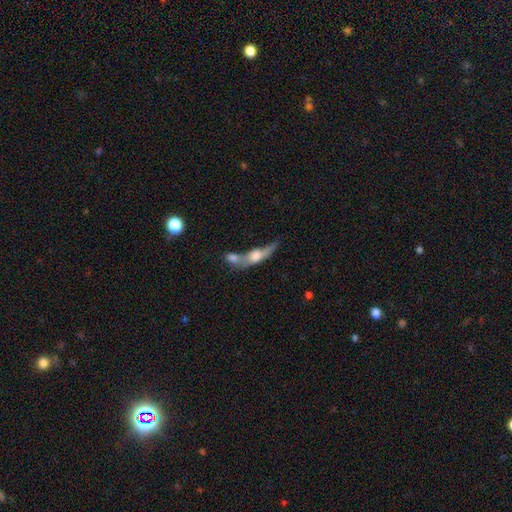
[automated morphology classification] smooth-or-featured: featured or disk: 48% | smooth: 42% | star or artifact: 10%
  merging: merger: 60% | none: 18% | major disturbance: 13% | minor disturbance: 10%